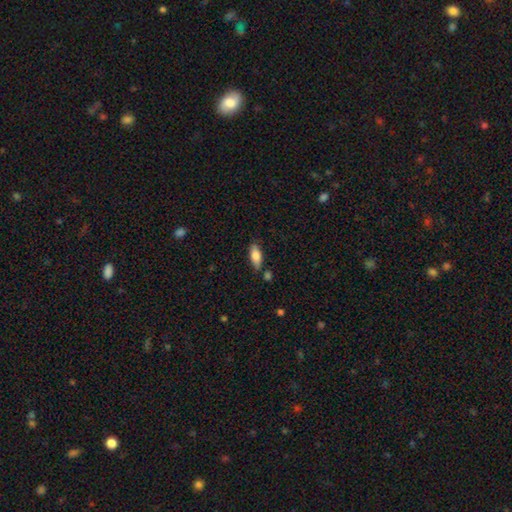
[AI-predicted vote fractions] smooth-or-featured: smooth: 79% | featured or disk: 15% | star or artifact: 6%
  how-rounded: in between: 78% | cigar-shaped: 20% | round: 2%
  merging: none: 76% | minor disturbance: 15% | merger: 6% | major disturbance: 3%